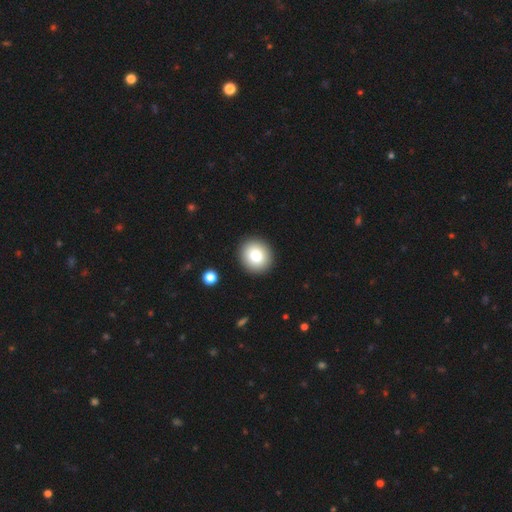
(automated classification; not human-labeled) smooth-or-featured: smooth: 83% | star or artifact: 9% | featured or disk: 8%
  how-rounded: round: 83% | in between: 16% | cigar-shaped: 1%
  merging: none: 91% | minor disturbance: 6% | major disturbance: 2% | merger: 1%